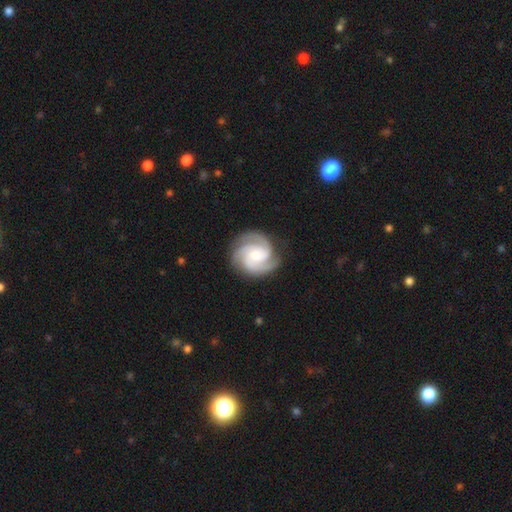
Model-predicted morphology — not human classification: A featured or disk galaxy (90%) with no bar (66%), 3 (74%) tight (57%) spiral arms (99%) and a moderate central bulge (47%).

Vote fractions:
- Smooth or featured? featured or disk: 90% / smooth: 6% / star or artifact: 4%
- Edge-on disk? no: 98% / yes: 2%
- Bar? no: 66% / weak: 27% / strong: 7%
- Spiral arms? yes: 99% / no: 1%
- Spiral winding? tight: 57% / medium: 38% / loose: 5%
- Spiral arm count? 3: 74% / 4: 9% / 2: 7% / can't tell: 4% / 1: 3% / more than 4: 3%
- Bulge size? moderate: 47% / small: 44% / large: 5% / none: 2% / dominant: 1%
- Merging? none: 83% / minor disturbance: 12% / major disturbance: 3% / merger: 1%